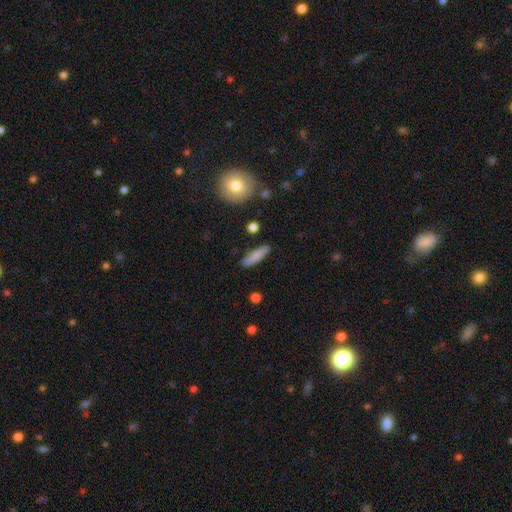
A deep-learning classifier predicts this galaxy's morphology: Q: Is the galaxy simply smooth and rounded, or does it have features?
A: smooth — 81%.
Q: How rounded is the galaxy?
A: cigar-shaped — 66%.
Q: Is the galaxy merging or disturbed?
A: none — 86%.